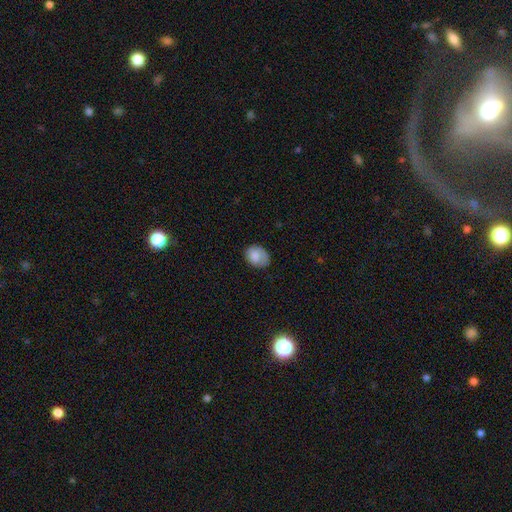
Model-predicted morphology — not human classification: smooth-or-featured: smooth: 82% | featured or disk: 11% | star or artifact: 7%
  how-rounded: in between: 63% | round: 36% | cigar-shaped: 1%
  merging: none: 66% | minor disturbance: 26% | major disturbance: 7% | merger: 1%